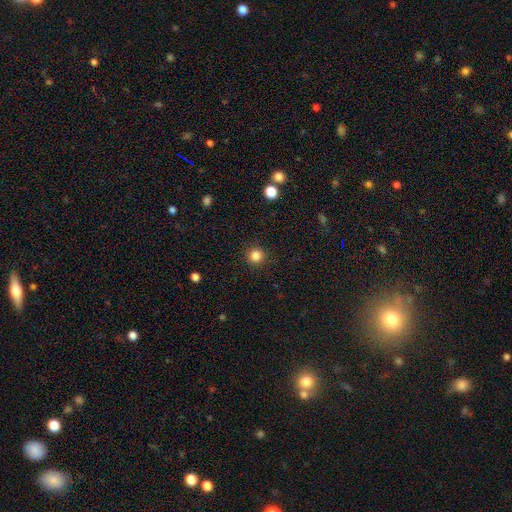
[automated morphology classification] Smooth or featured: smooth — 83% (star or artifact — 12%)
How rounded: round — 94% (in between — 5%)
Merging: none — 91% (minor disturbance — 6%)